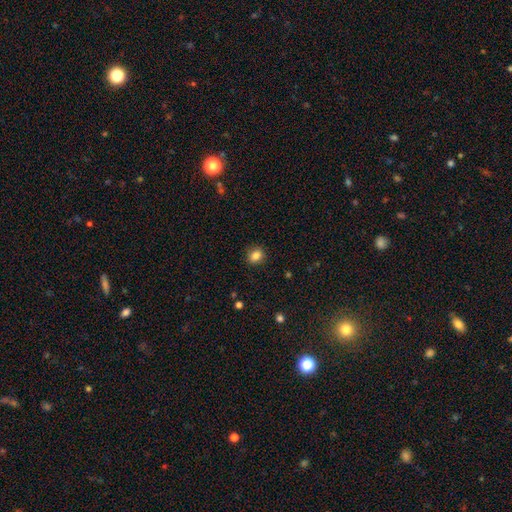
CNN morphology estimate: Smooth or featured: smooth — 84% (star or artifact — 10%)
How rounded: round — 65% (in between — 34%)
Merging: none — 87% (minor disturbance — 9%)